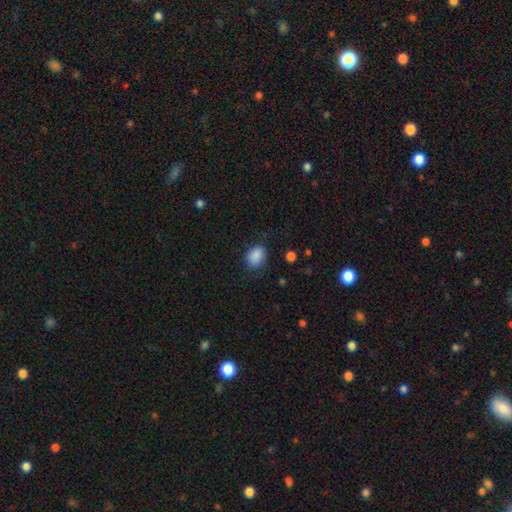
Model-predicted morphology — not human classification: This appears to be a smooth galaxy with no disk features (87%) that is in between round and cigar-shaped (52%). Merging: none (77%).